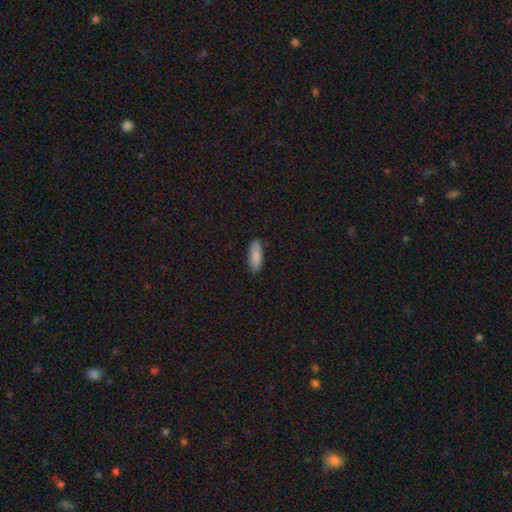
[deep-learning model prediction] A smooth galaxy with no disk features (85%) that is in between round and cigar-shaped (67%).

Vote fractions:
- Smooth or featured? smooth: 85% / featured or disk: 9% / star or artifact: 6%
- How rounded? in between: 67% / cigar-shaped: 31% / round: 2%
- Merging? none: 86% / minor disturbance: 11% / major disturbance: 2% / merger: 1%